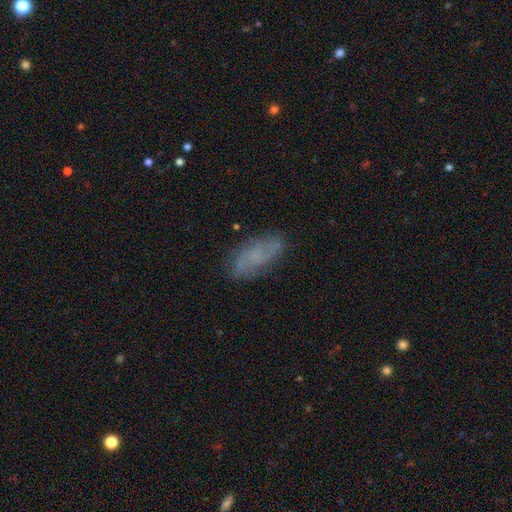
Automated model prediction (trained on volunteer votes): Q: Smooth or featured?
A: featured or disk (47%); runner-up: smooth (43%)
Q: Merging?
A: none (75%); runner-up: minor disturbance (18%)